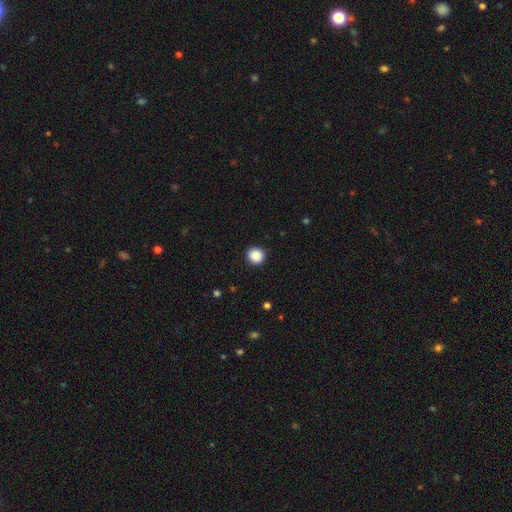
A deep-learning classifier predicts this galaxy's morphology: Smooth or featured? smooth (88%)
How rounded? round (93%)
Merging? none (92%)